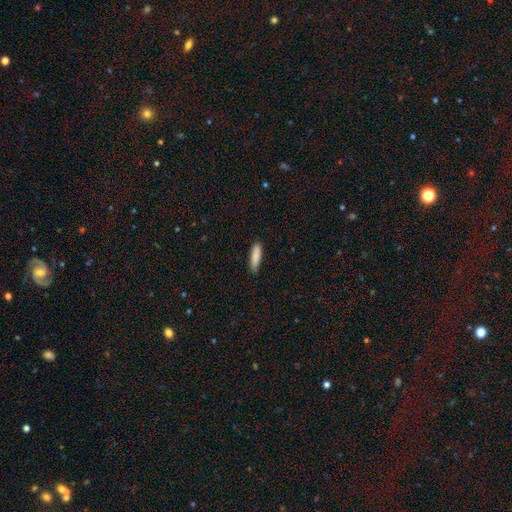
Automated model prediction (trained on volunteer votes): Overall: smooth (88%). How rounded: cigar-shaped (68%; in between 31%). Merging: none (84%).